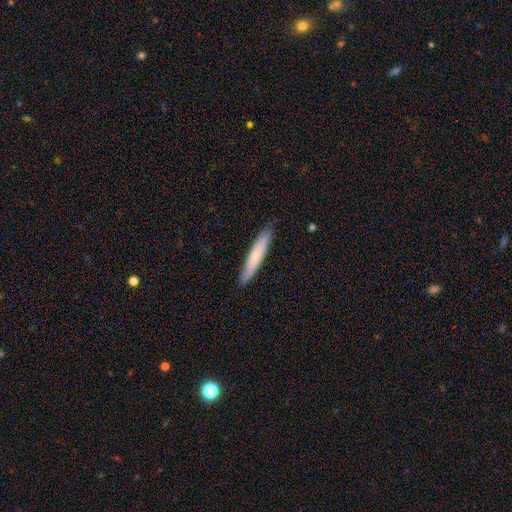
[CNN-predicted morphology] smooth_or_featured: smooth (p=0.70) [alt: featured or disk p=0.24]
how_rounded: cigar-shaped (p=0.92) [alt: in between p=0.07]
merging: none (p=0.87) [alt: minor disturbance p=0.10]